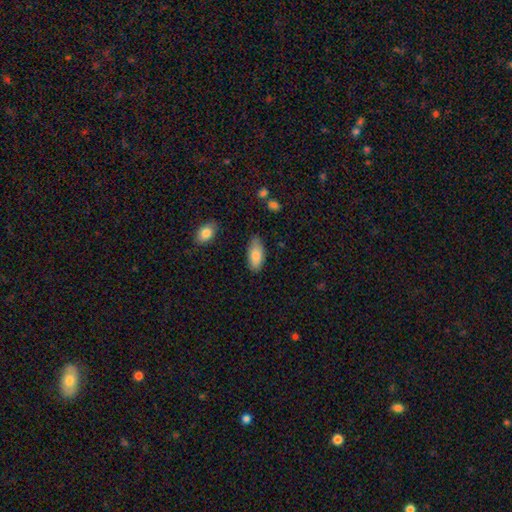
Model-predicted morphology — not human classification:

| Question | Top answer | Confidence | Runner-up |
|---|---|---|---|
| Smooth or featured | smooth | 85% | featured or disk (9%) |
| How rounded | in between | 87% | cigar-shaped (11%) |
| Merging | none | 75% | minor disturbance (19%) |